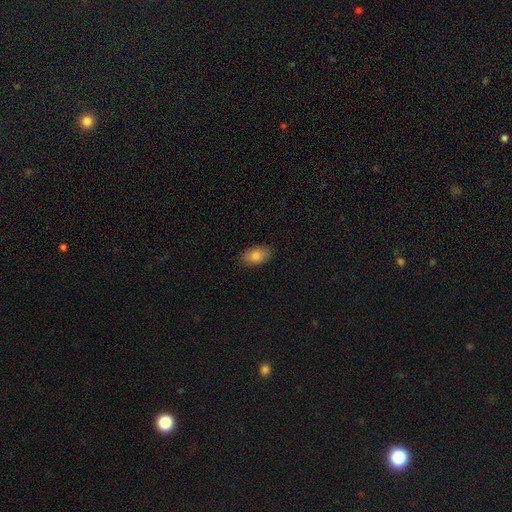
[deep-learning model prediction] Smooth or featured? Predicted: smooth (p=0.82). How rounded? Predicted: in between (p=0.91). Merging? Predicted: none (p=0.87).